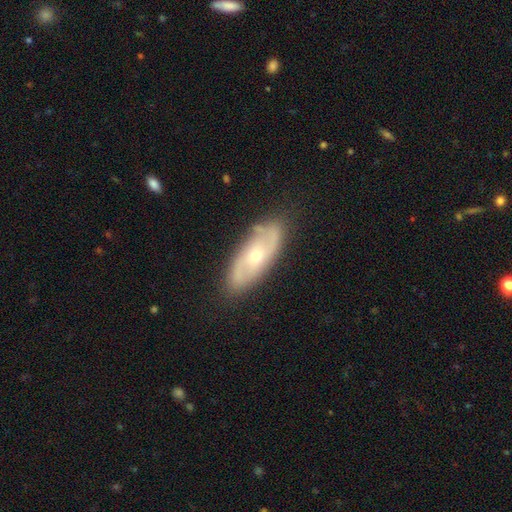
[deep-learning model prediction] smooth_or_featured: featured or disk (p=0.66) [alt: smooth p=0.28]
disk_edge_on: no (p=0.85) [alt: yes p=0.15]
bar: no (p=0.69) [alt: weak p=0.25]
has_spiral_arms: yes (p=0.75) [alt: no p=0.25]
bulge_size: moderate (p=0.52) [alt: small p=0.45]
merging: none (p=0.80) [alt: minor disturbance p=0.14]